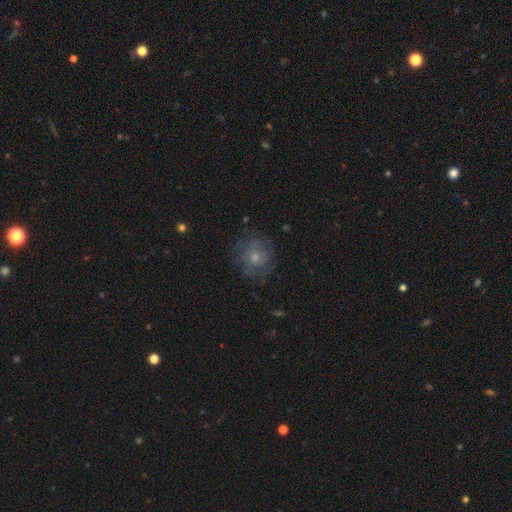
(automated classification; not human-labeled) Smooth or featured: smooth — 45% (featured or disk — 42%)
Merging: none — 73% (minor disturbance — 17%)